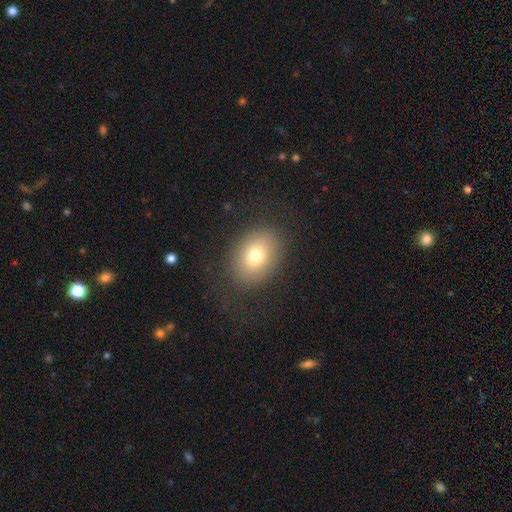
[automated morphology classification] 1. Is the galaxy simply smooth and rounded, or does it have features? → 75% smooth, 13% featured or disk, 11% star or artifact.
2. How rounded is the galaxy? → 64% in between, 35% round, 1% cigar-shaped.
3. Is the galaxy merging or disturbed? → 81% none, 11% minor disturbance, 6% major disturbance, 1% merger.